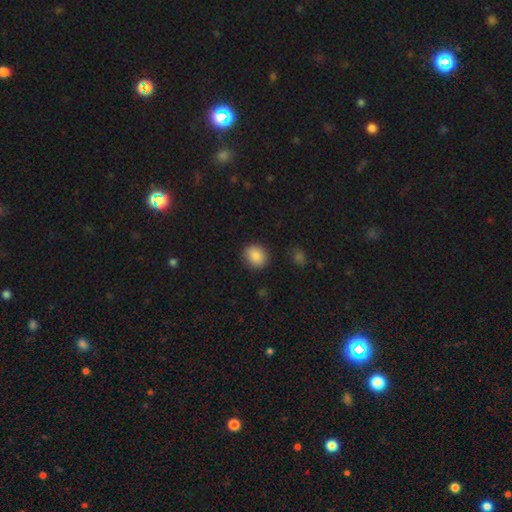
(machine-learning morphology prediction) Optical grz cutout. It shows a smooth galaxy with no disk features (88%) that is round (73%). Merging: none (88%).